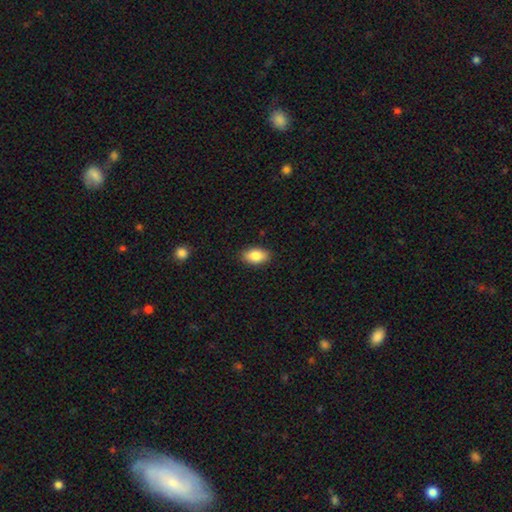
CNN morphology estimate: This is clearly a smooth galaxy (86%). How rounded: clearly in between (92%). Merging: clearly none (88%).